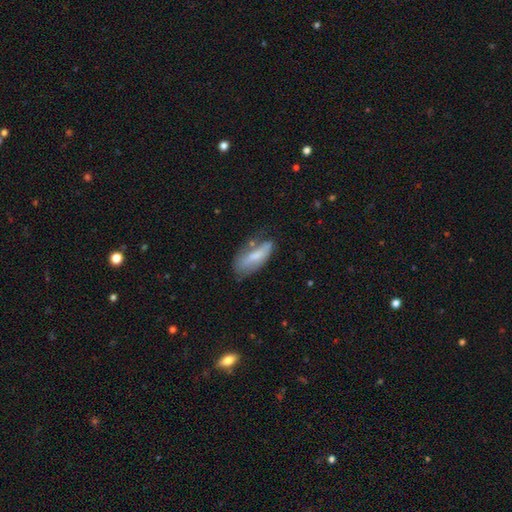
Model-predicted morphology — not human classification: Smooth or featured? smooth (65%)
How rounded? in between (71%)
Merging? none (45%)